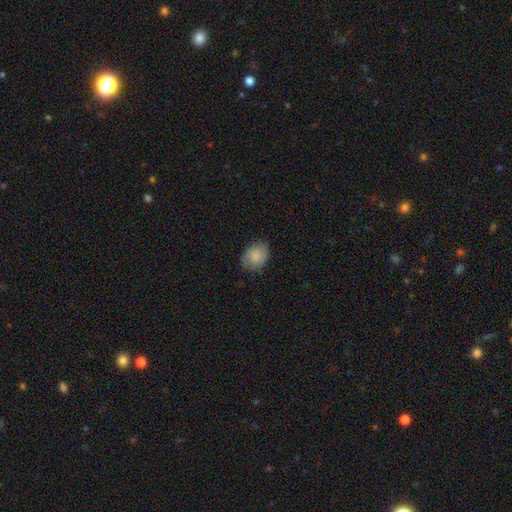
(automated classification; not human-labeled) This appears to be a smooth galaxy with no disk features (81%) that is in between round and cigar-shaped (61%). Merging: none (75%).